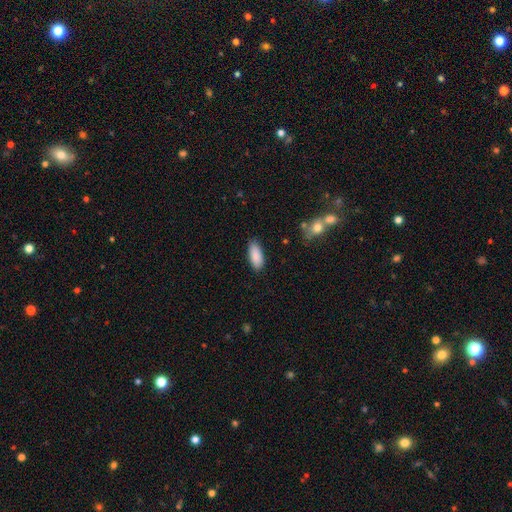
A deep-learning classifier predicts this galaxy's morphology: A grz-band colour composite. It shows a smooth galaxy with no disk features (89%) that is in between round and cigar-shaped (82%). Merging: none (85%).